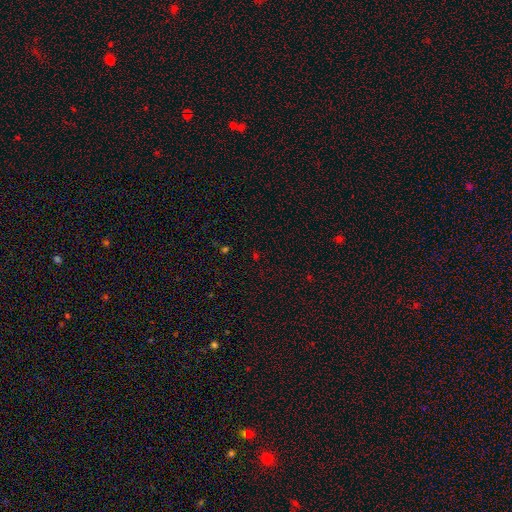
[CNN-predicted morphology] This appears to be a star or artifact, not a galaxy (60%).